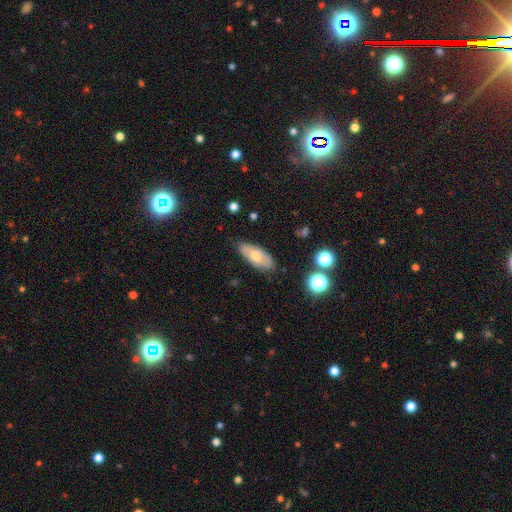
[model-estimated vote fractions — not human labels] smooth-or-featured: smooth: 58% | featured or disk: 34% | star or artifact: 8%
  how-rounded: in between: 83% | cigar-shaped: 14% | round: 3%
  merging: none: 82% | minor disturbance: 14% | major disturbance: 3% | merger: 1%